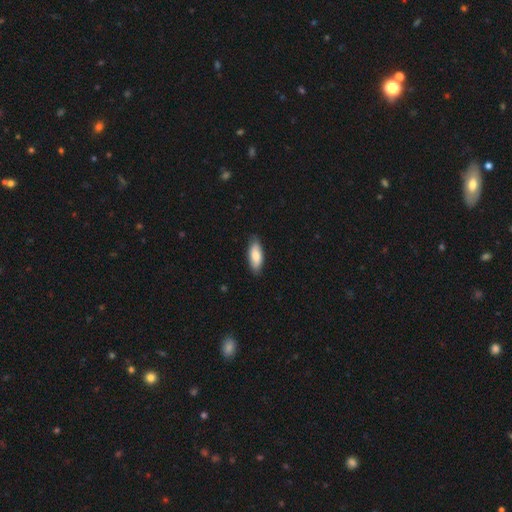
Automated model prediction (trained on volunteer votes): A smooth galaxy with no disk features (81%) that is in between round and cigar-shaped (76%).

Vote fractions:
- Smooth or featured? smooth: 81% / featured or disk: 14% / star or artifact: 5%
- How rounded? in between: 76% / cigar-shaped: 22% / round: 2%
- Merging? none: 86% / minor disturbance: 11% / major disturbance: 2% / merger: 1%